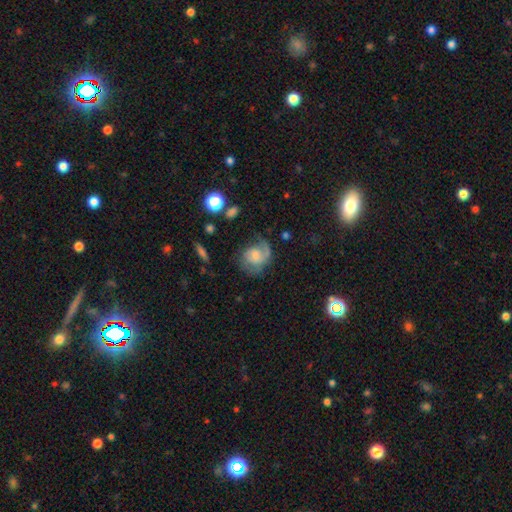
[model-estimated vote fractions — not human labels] The model was most divided on "bulge size": small: 42%, moderate: 34%, none: 14%, large: 8%, dominant: 2%. Remaining: edge-on disk — no (97%); spiral arms — yes (88%); smooth or featured — featured or disk (65%); bar — no (61%); merging — none (52%); spiral arm count — 2 (46%); spiral winding — medium (43%).